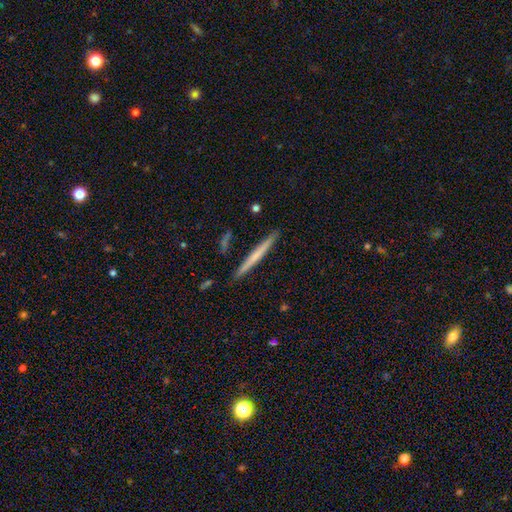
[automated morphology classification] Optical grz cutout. It shows a smooth galaxy with no disk features (53%) that is cigar-shaped (97%). Merging: none (89%).